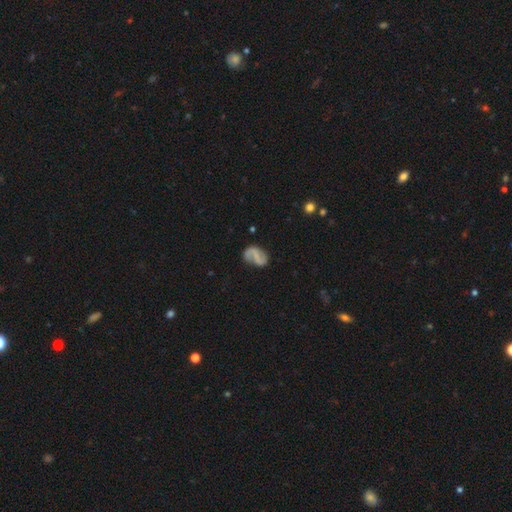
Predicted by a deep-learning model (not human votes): smooth-or-featured: featured or disk: 74% | smooth: 19% | star or artifact: 7%
  disk-edge-on: no: 98% | yes: 2%
    bar: weak: 39% | no: 31% | strong: 30%
    has-spiral-arms: yes: 90% | no: 10%
      spiral-winding: loose: 56% | medium: 33% | tight: 11%
      spiral-arm-count: 2: 86% | 1: 8% | can't tell: 4% | 3: 1% | 4: 1% | more than 4: 1%
    bulge-size: none: 61% | small: 27% | moderate: 8% | large: 2% | dominant: 1%
  merging: none: 71% | minor disturbance: 18% | major disturbance: 8% | merger: 3%